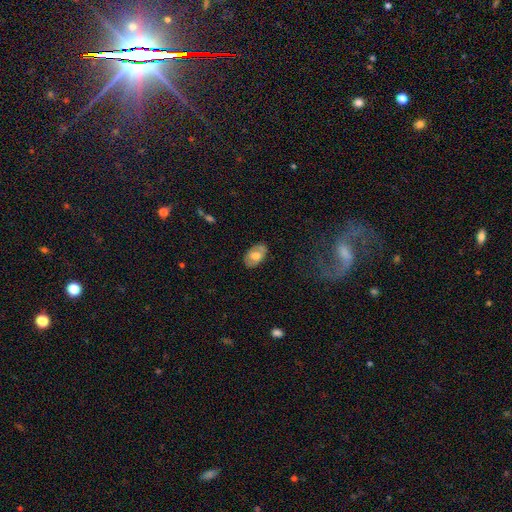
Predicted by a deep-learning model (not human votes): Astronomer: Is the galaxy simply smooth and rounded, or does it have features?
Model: smooth — 62%.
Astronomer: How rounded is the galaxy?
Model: in between — 92%.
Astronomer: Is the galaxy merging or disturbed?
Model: none — 80%.